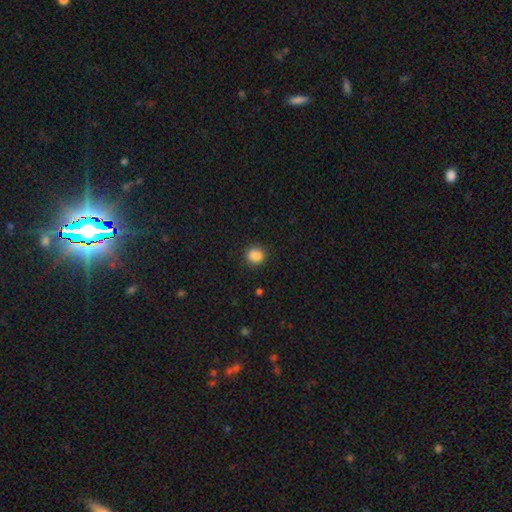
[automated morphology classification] Q: Smooth or featured?
A: smooth (86%); runner-up: star or artifact (11%)
Q: How rounded?
A: round (82%); runner-up: in between (17%)
Q: Merging?
A: none (86%); runner-up: minor disturbance (10%)